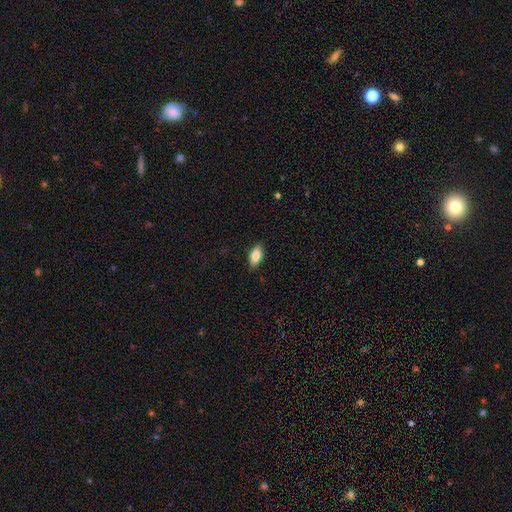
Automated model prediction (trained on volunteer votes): This is clearly a smooth galaxy (82%). How rounded: clearly in between (87%). Merging: clearly none (88%).